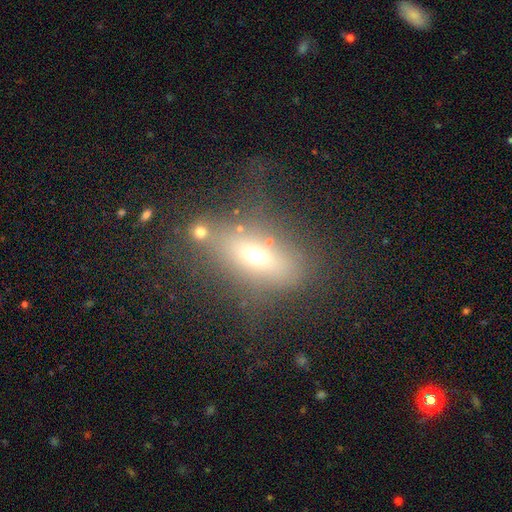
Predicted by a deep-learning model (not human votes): Overall: smooth (50%; featured or disk 34%). Merging: none (54%; minor disturbance 20%).